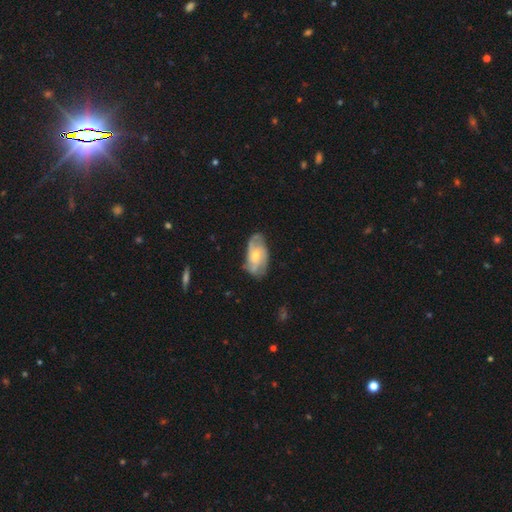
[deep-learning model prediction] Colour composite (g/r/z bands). It shows a featured or disk galaxy (74%) with no bar (66%), 3 (32%, tied with 2) medium (46%) spiral arms (91%) and a moderate central bulge (51%). Merging: none (66%).